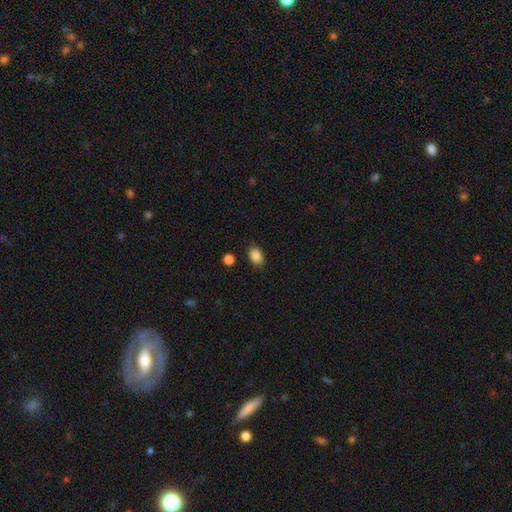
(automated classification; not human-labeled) Smooth or featured? Predicted: smooth (p=0.87). How rounded? Predicted: in between (p=0.82). Merging? Predicted: none (p=0.83).